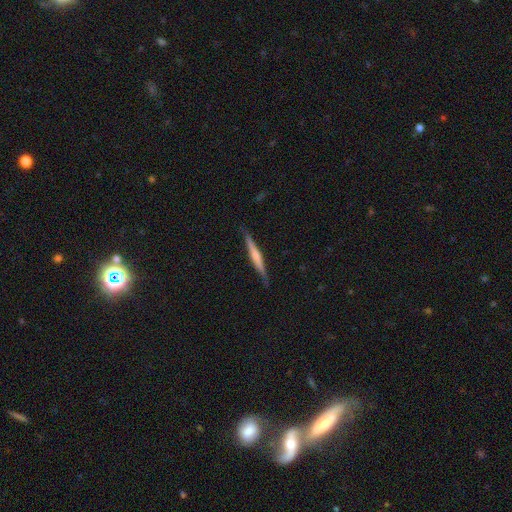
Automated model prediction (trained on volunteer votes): The model was most divided on "edge-on bulge": rounded: 49%, none: 36%, boxy: 15%. More confident: edge-on disk — yes (97%); merging — none (87%); smooth or featured — featured or disk (56%).